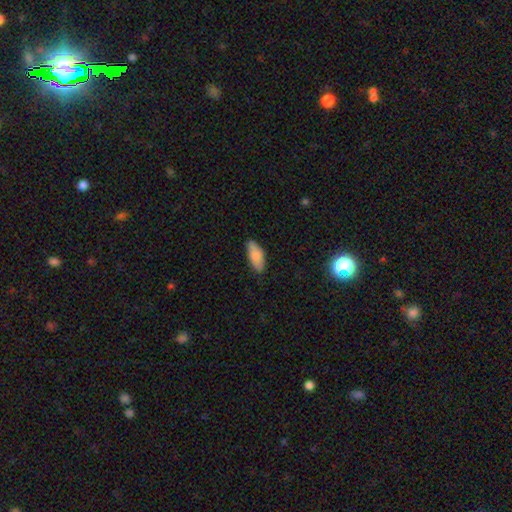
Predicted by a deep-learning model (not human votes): A smooth galaxy with no disk features (82%) that is in between round and cigar-shaped (84%). Merging: none (81%).